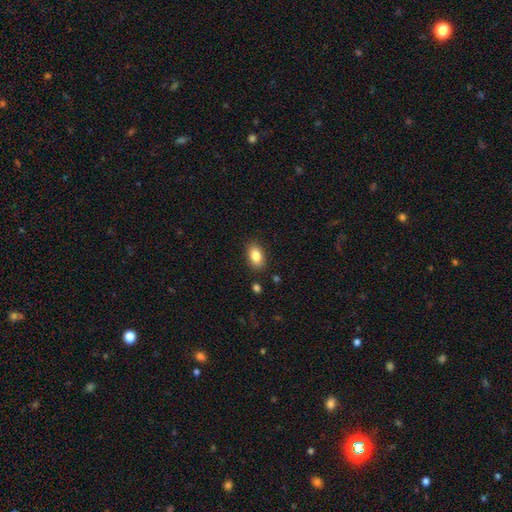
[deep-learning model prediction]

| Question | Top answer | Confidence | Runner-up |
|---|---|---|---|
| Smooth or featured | smooth | 85% | star or artifact (8%) |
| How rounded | in between | 89% | round (9%) |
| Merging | none | 87% | minor disturbance (9%) |